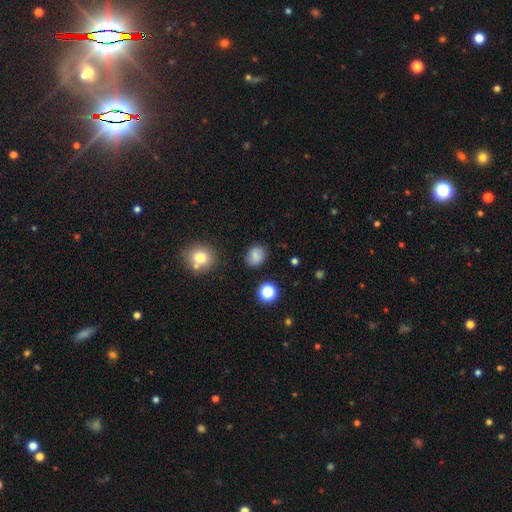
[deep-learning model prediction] A smooth galaxy with no disk features (79%) that is round (55%).

Vote fractions:
- Smooth or featured? smooth: 79% / star or artifact: 12% / featured or disk: 9%
- How rounded? round: 55% / in between: 44% / cigar-shaped: 1%
- Merging? none: 81% / minor disturbance: 13% / major disturbance: 3% / merger: 3%